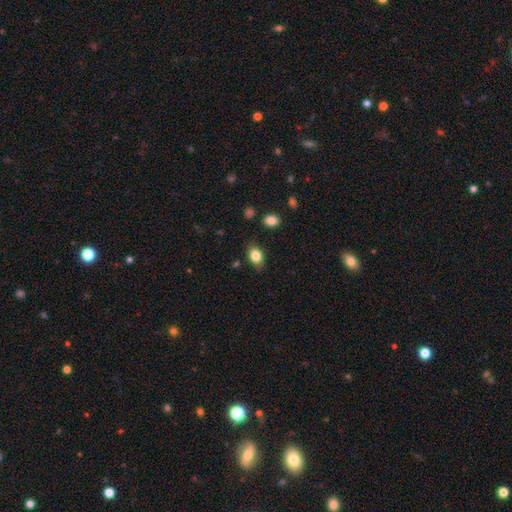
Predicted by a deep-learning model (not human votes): This appears to be a smooth galaxy with no disk features (83%) that is in between round and cigar-shaped (75%). Merging: none (81%).